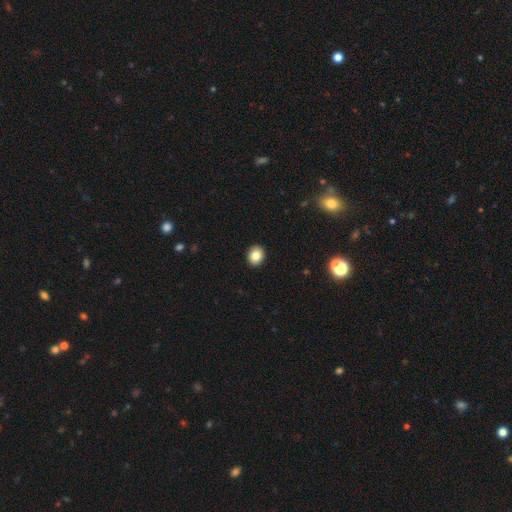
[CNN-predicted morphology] smooth-or-featured: smooth: 84% | star or artifact: 9% | featured or disk: 7%
  how-rounded: round: 64% | in between: 35% | cigar-shaped: 1%
  merging: none: 92% | minor disturbance: 5% | major disturbance: 2% | merger: 1%